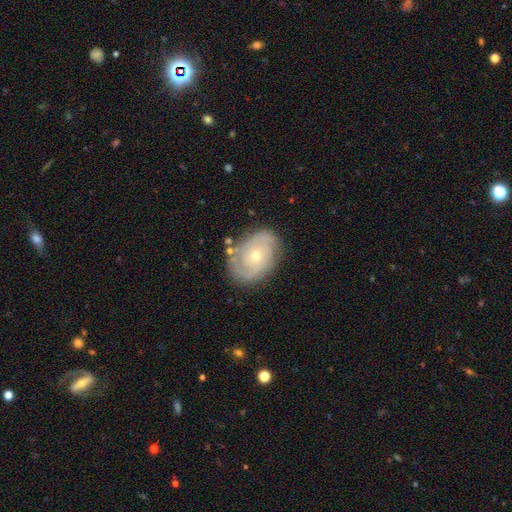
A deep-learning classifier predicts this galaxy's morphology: The model was most divided on "bulge size": small: 56%, moderate: 41%, large: 1%, none: 1%, dominant: 1%. More confident: edge-on disk — no (96%); spiral arms — yes (89%); bar — no (78%); smooth or featured — featured or disk (77%); merging — none (75%); spiral winding — tight (59%); spiral arm count — 2 (51%).